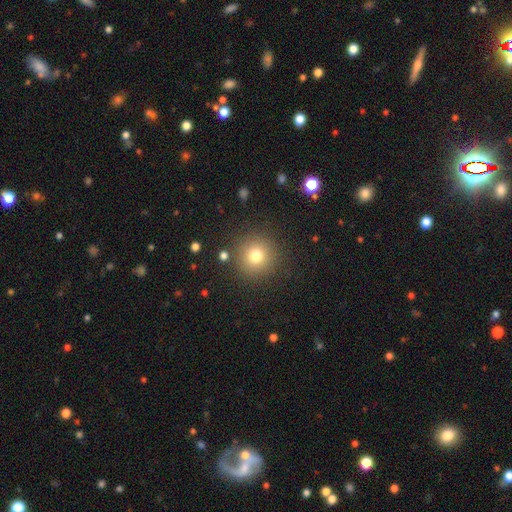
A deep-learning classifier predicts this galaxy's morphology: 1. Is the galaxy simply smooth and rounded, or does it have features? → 76% smooth, 14% star or artifact, 10% featured or disk.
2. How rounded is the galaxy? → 95% round, 4% in between, 1% cigar-shaped.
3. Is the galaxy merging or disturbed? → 88% none, 7% minor disturbance, 3% major disturbance, 2% merger.